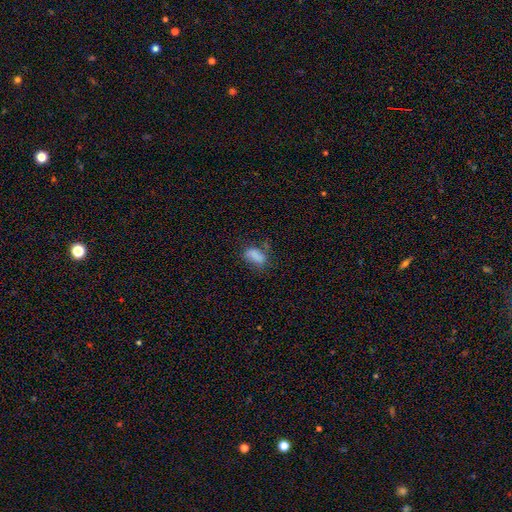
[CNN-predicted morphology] smooth_or_featured: smooth (p=0.76) [alt: featured or disk p=0.13]
how_rounded: in between (p=0.86) [alt: round p=0.07]
merging: none (p=0.47) [alt: minor disturbance p=0.28]